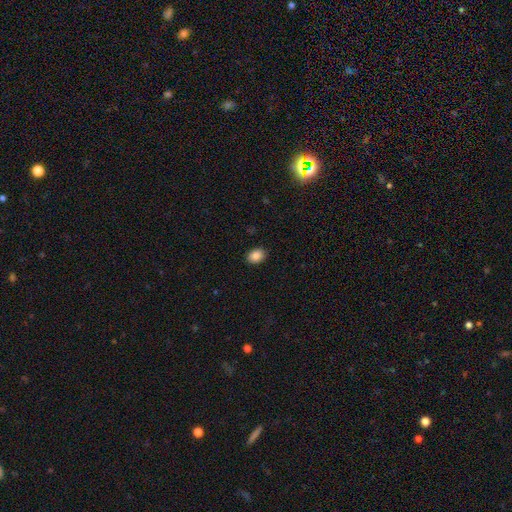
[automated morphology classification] A smooth galaxy with no disk features (86%) that is in between round and cigar-shaped (65%). Merging: none (90%).